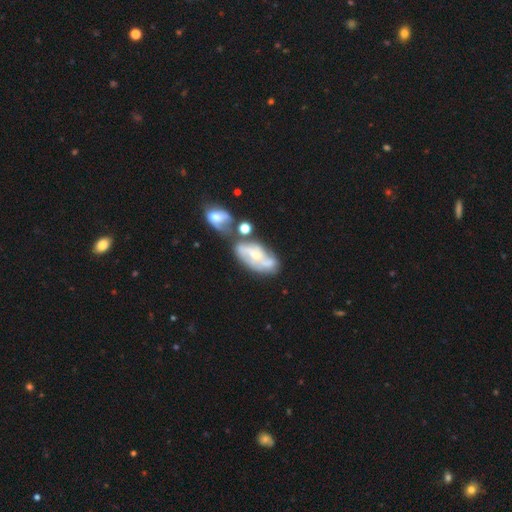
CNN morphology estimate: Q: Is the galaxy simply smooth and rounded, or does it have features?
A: featured or disk — 72%.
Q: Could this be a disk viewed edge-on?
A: no — 95%.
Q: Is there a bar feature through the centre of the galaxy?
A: no — 64%.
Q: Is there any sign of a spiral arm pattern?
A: yes — 76%.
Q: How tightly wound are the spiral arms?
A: medium — 39%.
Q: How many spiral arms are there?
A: can't tell — 37%.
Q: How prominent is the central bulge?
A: small — 61%.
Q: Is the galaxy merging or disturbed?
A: merger — 41%.